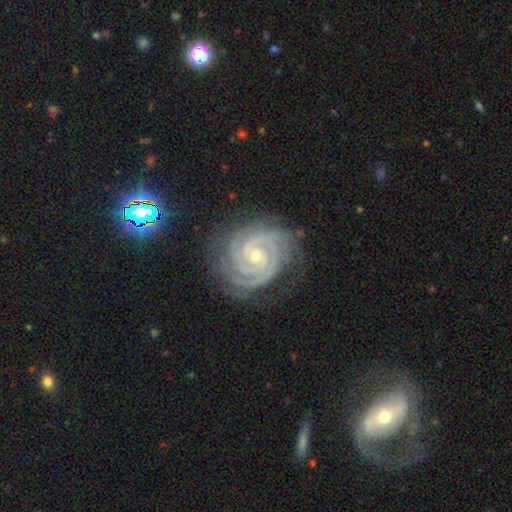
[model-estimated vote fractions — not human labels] Smooth or featured: featured or disk — 93% (star or artifact — 5%)
Edge-on disk: no — 98% (yes — 2%)
Bar: no — 64% (weak — 24%)
Spiral arms: yes — 99% (no — 1%)
Spiral winding: tight — 86% (medium — 12%)
Spiral arm count: 2 — 35% (3 — 32%)
Bulge size: small — 64% (moderate — 34%)
Merging: none — 77% (minor disturbance — 16%)